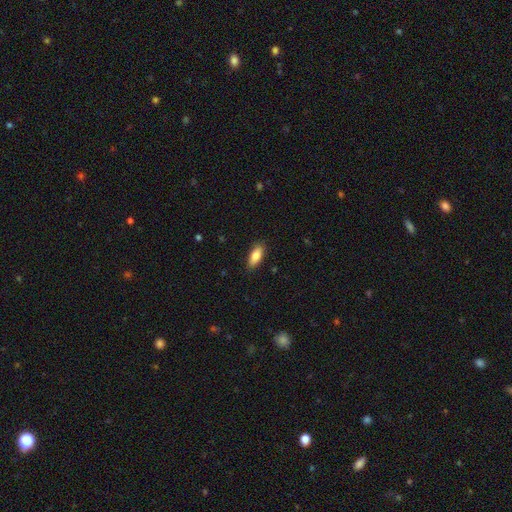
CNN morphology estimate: Overall: smooth (84%). How rounded: in between (80%). Merging: none (87%).